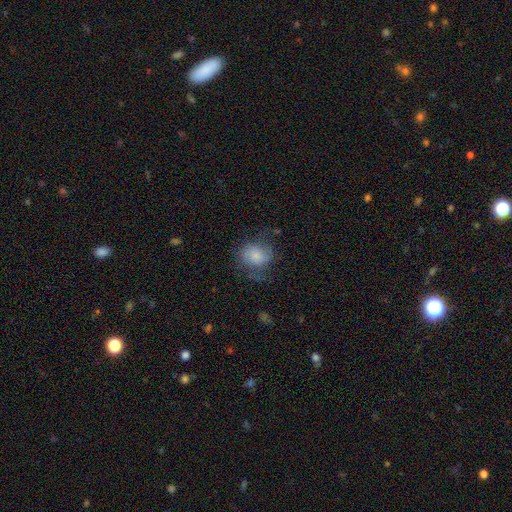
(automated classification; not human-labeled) A smooth galaxy with no disk features (55%) that is round (62%).

Vote fractions:
- Smooth or featured? smooth: 55% / featured or disk: 36% / star or artifact: 9%
- How rounded? round: 62% / in between: 37% / cigar-shaped: 1%
- Merging? none: 47% / minor disturbance: 26% / major disturbance: 24% / merger: 2%